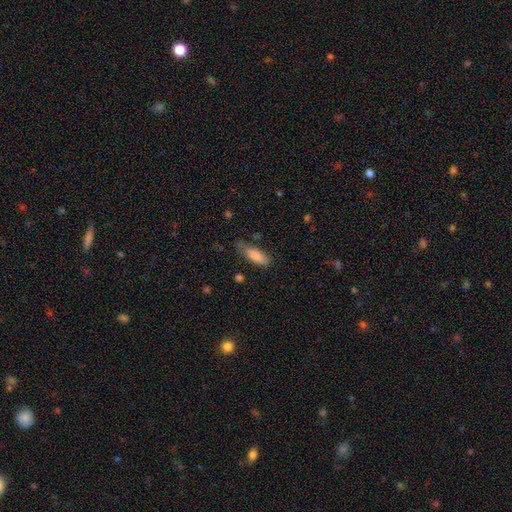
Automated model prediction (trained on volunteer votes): Smooth or featured?
  - smooth: 84% *
  - featured or disk: 9%
  - star or artifact: 6%
How rounded?
  - in between: 62% *
  - cigar-shaped: 36%
  - round: 2%
Merging?
  - none: 59% *
  - minor disturbance: 31%
  - major disturbance: 8%
  - merger: 3%